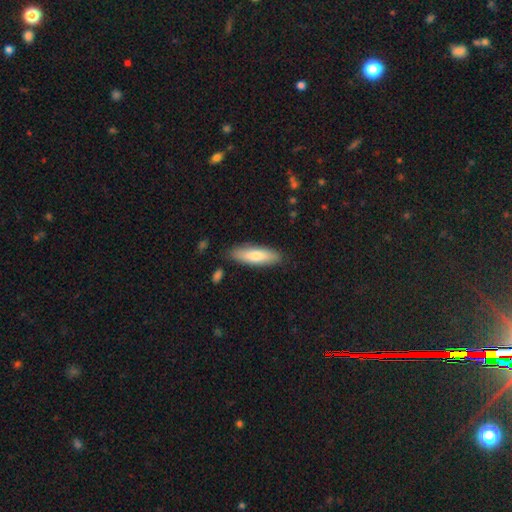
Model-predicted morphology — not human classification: Smooth or featured? Predicted: smooth (p=0.76). How rounded? Predicted: cigar-shaped (p=0.55). Merging? Predicted: none (p=0.84).